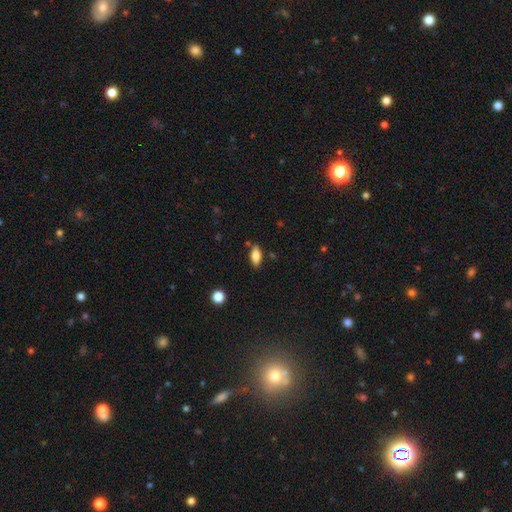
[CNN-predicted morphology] Smooth or featured? smooth (79%)
How rounded? in between (83%)
Merging? none (81%)